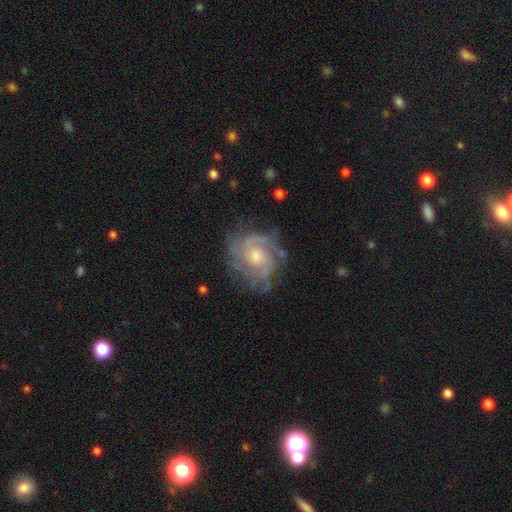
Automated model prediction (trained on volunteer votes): smooth-or-featured: featured or disk: 81% | smooth: 12% | star or artifact: 7%
  disk-edge-on: no: 97% | yes: 3%
    bar: no: 73% | weak: 24% | strong: 4%
    has-spiral-arms: yes: 92% | no: 8%
      spiral-winding: tight: 55% | medium: 35% | loose: 10%
      spiral-arm-count: can't tell: 35% | 3: 23% | 2: 21% | 4: 9% | 1: 6% | more than 4: 5%
    bulge-size: moderate: 57% | small: 31% | large: 7% | none: 3% | dominant: 1%
  merging: none: 68% | minor disturbance: 20% | major disturbance: 11% | merger: 1%